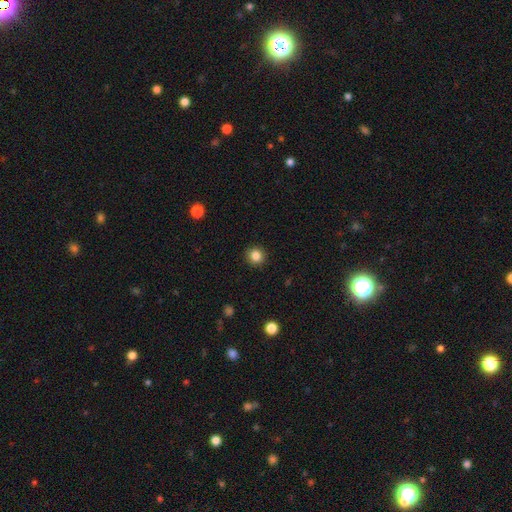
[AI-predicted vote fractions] Smooth or featured? smooth (85%)
How rounded? round (91%)
Merging? none (92%)